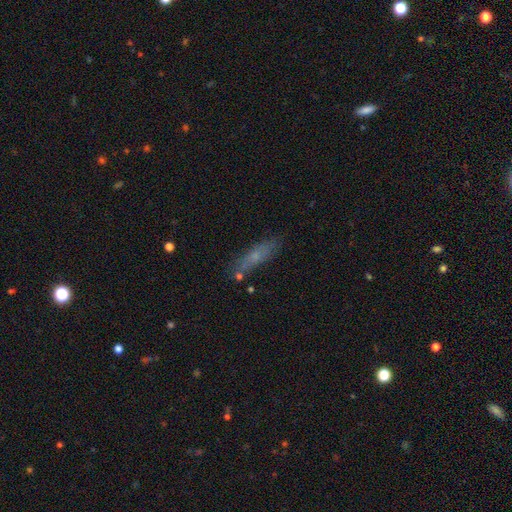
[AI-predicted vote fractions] The model was most divided on "smooth or featured": smooth: 57%, featured or disk: 32%, star or artifact: 11%. More confident: how rounded — cigar-shaped (70%); merging — none (70%).